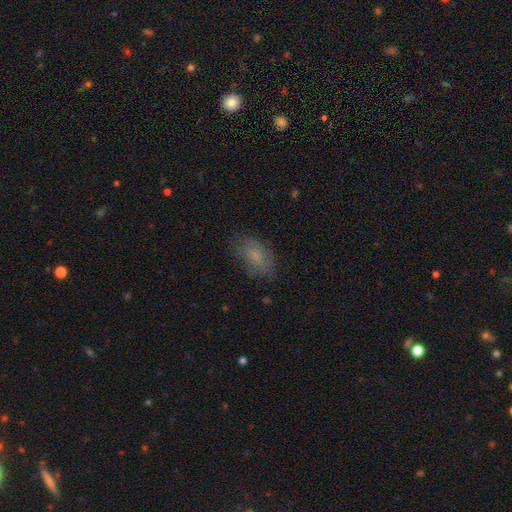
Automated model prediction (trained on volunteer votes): Q: Smooth or featured?
A: smooth (72%); runner-up: featured or disk (18%)
Q: How rounded?
A: in between (89%); runner-up: round (8%)
Q: Merging?
A: none (71%); runner-up: minor disturbance (20%)